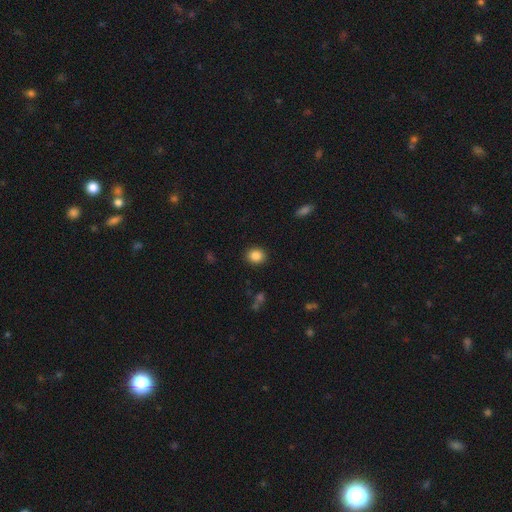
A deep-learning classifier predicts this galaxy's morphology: This is clearly a smooth galaxy (87%). How rounded: likely round (74%). Merging: clearly none (90%).